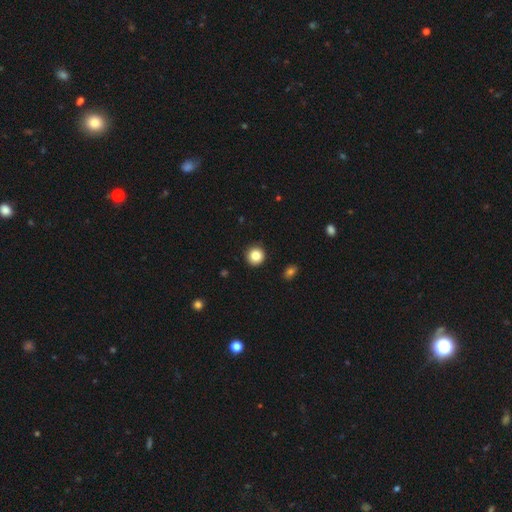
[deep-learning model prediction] smooth_or_featured: smooth (p=0.84) [alt: star or artifact p=0.10]
how_rounded: round (p=0.94) [alt: in between p=0.05]
merging: none (p=0.93) [alt: minor disturbance p=0.05]